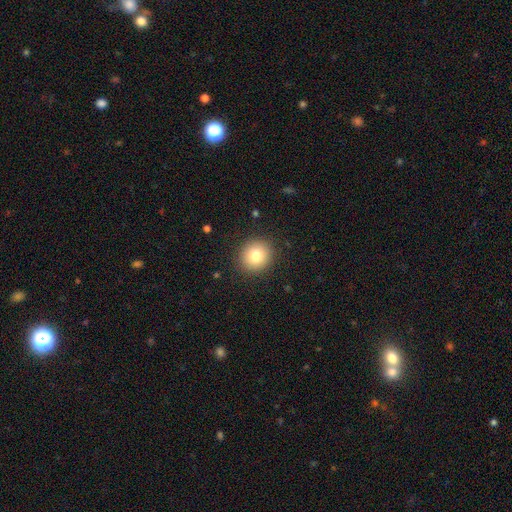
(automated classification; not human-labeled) The model was most divided on "smooth or featured": smooth: 80%, star or artifact: 11%, featured or disk: 10%. More confident: merging — none (90%); how rounded — round (89%).